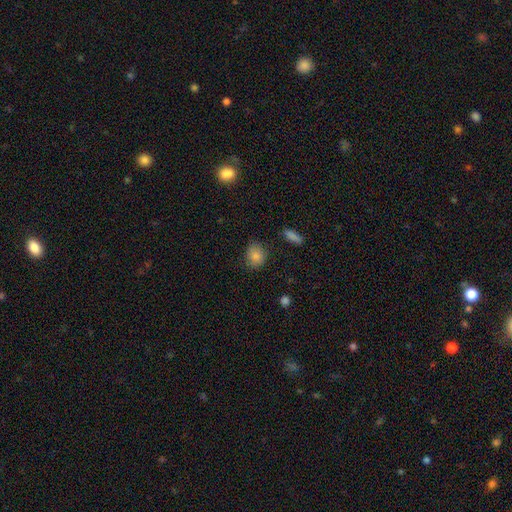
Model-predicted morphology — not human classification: Smooth or featured?
  - smooth: 84% *
  - star or artifact: 9%
  - featured or disk: 7%
How rounded?
  - round: 63% *
  - in between: 36%
  - cigar-shaped: 1%
Merging?
  - none: 78% *
  - minor disturbance: 17%
  - major disturbance: 3%
  - merger: 2%